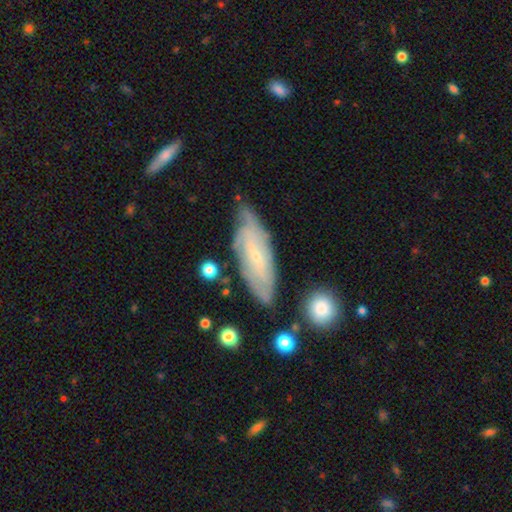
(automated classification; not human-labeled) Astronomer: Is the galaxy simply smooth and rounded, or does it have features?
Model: featured or disk — 69%.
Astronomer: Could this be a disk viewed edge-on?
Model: no — 81%.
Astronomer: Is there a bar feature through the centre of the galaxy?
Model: no — 50% (runner-up: weak, 37%).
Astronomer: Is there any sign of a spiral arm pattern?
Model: yes — 86%.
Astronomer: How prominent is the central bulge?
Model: small — 79%.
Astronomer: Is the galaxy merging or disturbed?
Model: none — 68%.